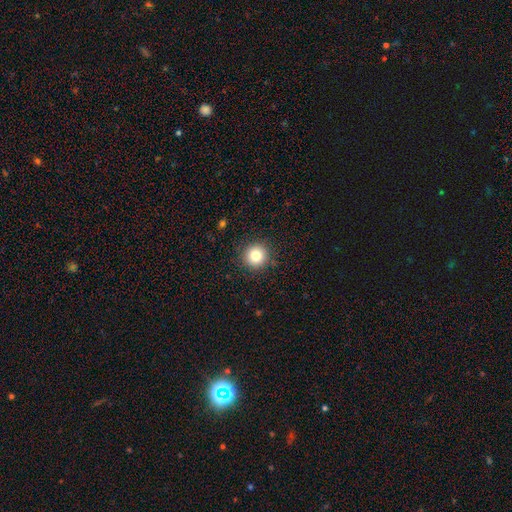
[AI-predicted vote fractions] Smooth or featured? smooth (81%)
How rounded? round (95%)
Merging? none (91%)